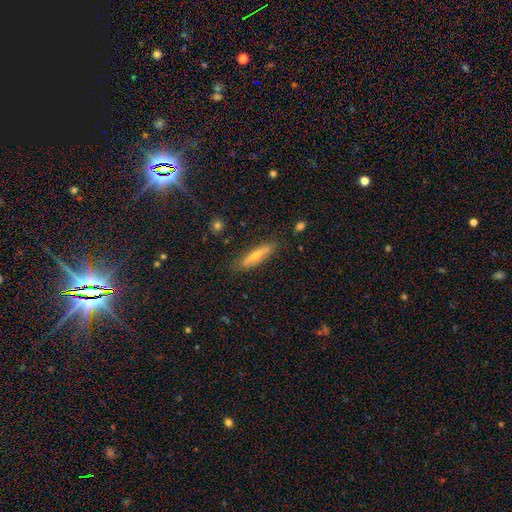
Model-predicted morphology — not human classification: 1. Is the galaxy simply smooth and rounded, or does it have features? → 46% featured or disk, 45% smooth, 9% star or artifact.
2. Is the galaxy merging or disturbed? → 85% none, 11% minor disturbance, 2% major disturbance, 1% merger.